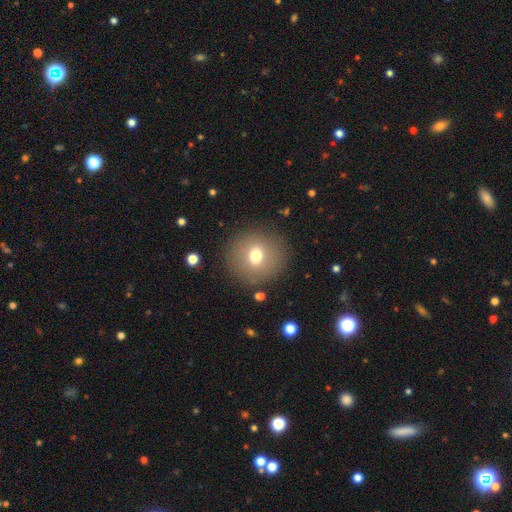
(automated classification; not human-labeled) smooth 68%, featured or disk 20%, star or artifact 13%. Down the decision tree: how rounded — round (87%); merging — none (86%).